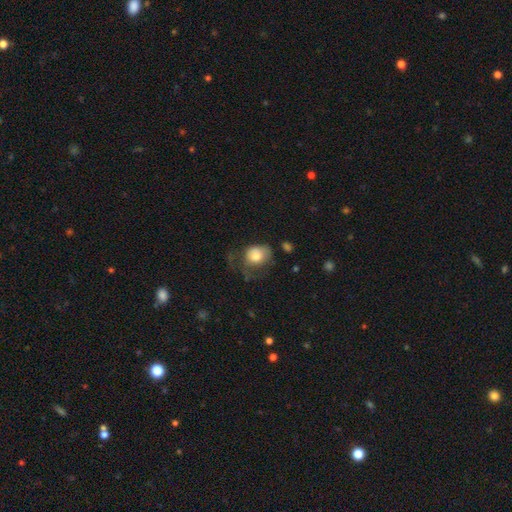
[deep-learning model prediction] The model was most divided on "how rounded": round: 55%, in between: 44%, cigar-shaped: 1%. Remaining: smooth or featured — smooth (76%); merging — major disturbance (40%).